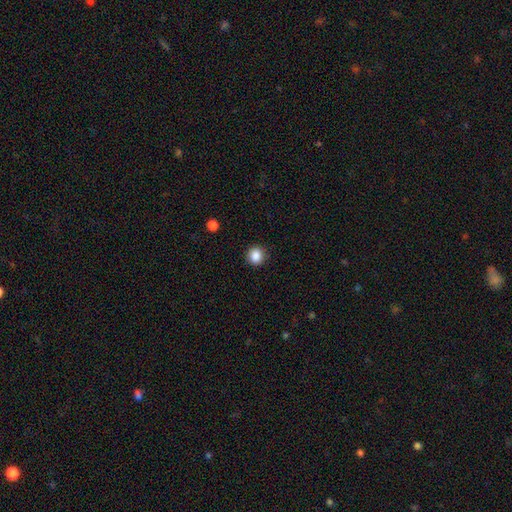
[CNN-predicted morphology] Overall: smooth (87%). How rounded: round (86%). Merging: none (90%).